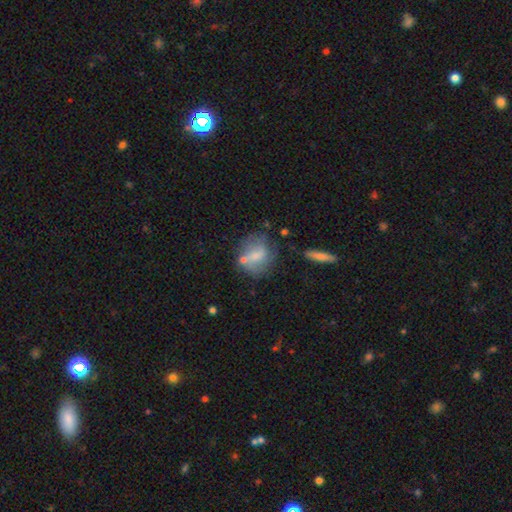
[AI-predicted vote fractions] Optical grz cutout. It shows a smooth galaxy with no disk features (57%) that is round (59%). Merging: none (51%).